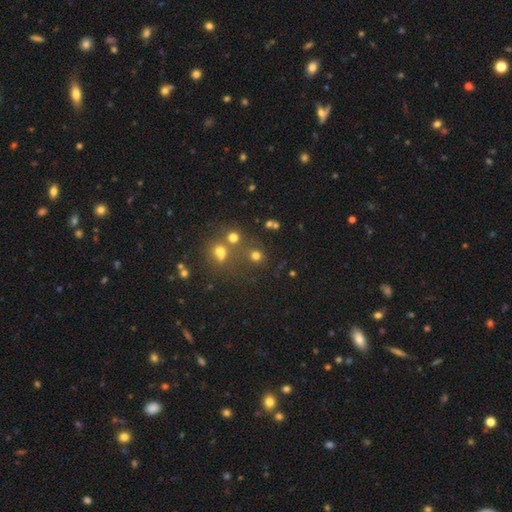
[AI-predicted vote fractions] A smooth galaxy with no disk features (69%) that is round (86%). Merging: none (65%).